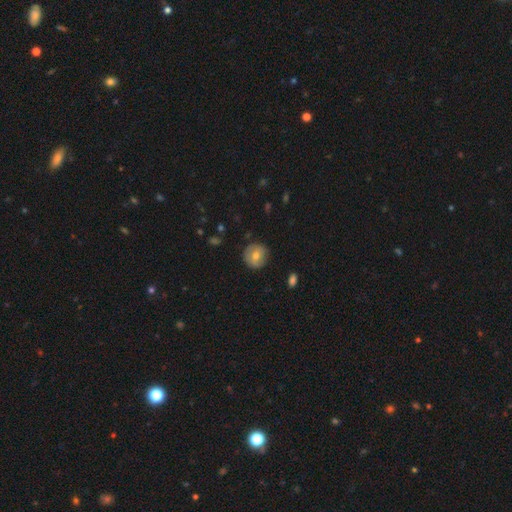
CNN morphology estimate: Q: Smooth or featured?
A: smooth (64%); runner-up: featured or disk (27%)
Q: How rounded?
A: round (92%); runner-up: in between (7%)
Q: Merging?
A: none (85%); runner-up: minor disturbance (11%)